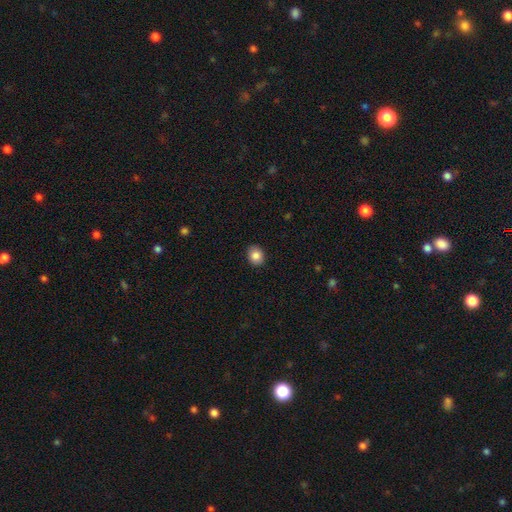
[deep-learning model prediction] Q: Smooth or featured?
A: smooth (86%); runner-up: star or artifact (9%)
Q: How rounded?
A: round (62%); runner-up: in between (37%)
Q: Merging?
A: none (90%); runner-up: minor disturbance (7%)